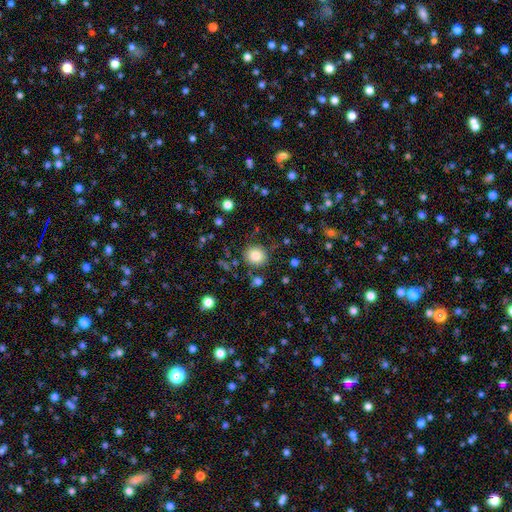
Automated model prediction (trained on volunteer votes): This appears to be a smooth galaxy with no disk features (82%) that is round (88%). Merging: none (83%).